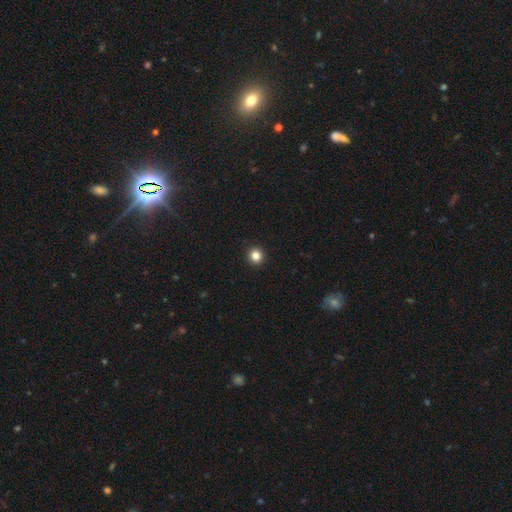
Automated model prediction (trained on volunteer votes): Smooth or featured? Predicted: smooth (p=0.84). How rounded? Predicted: round (p=0.94). Merging? Predicted: none (p=0.94).